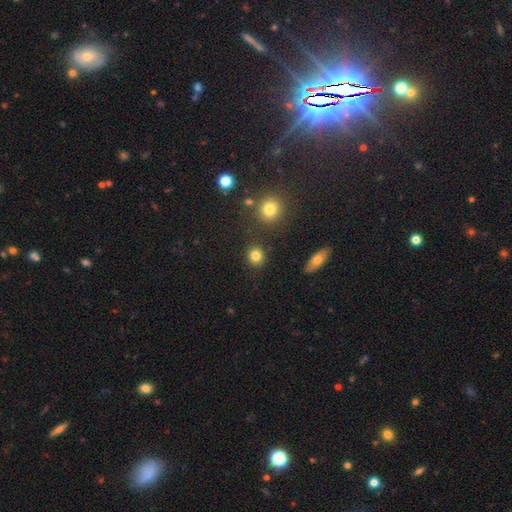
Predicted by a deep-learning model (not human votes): A smooth galaxy with no disk features (84%) that is round (80%). Merging: none (86%).